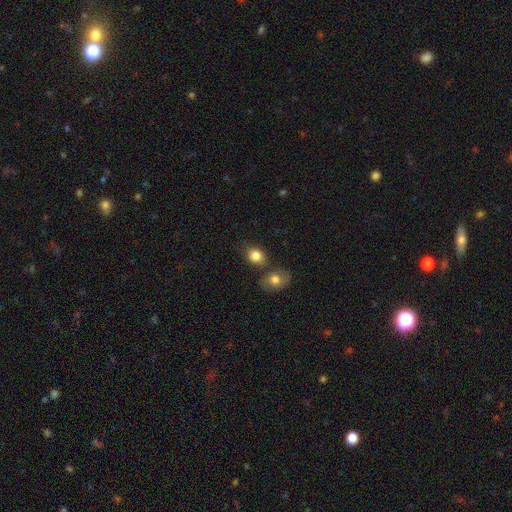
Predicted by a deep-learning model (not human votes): Overall: smooth (83%). How rounded: round (50%; in between 49%). Merging: none (64%).